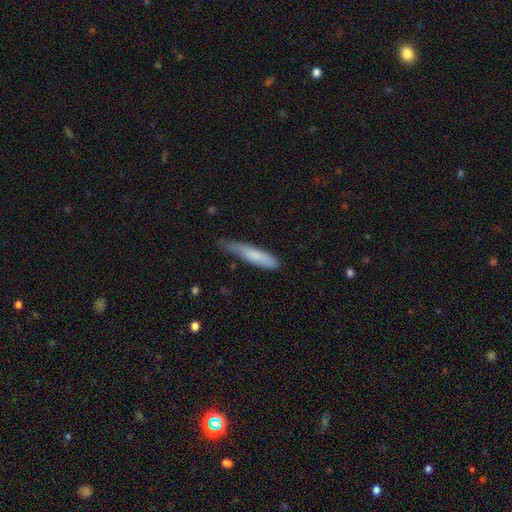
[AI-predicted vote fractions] Smooth or featured? smooth (78%)
How rounded? cigar-shaped (85%)
Merging? none (51%)